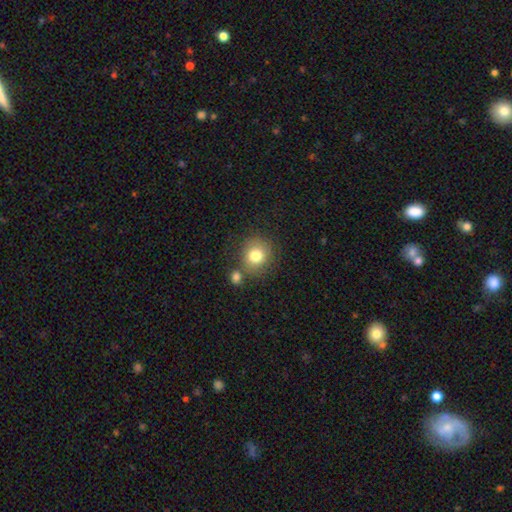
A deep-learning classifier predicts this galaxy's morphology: A smooth galaxy with no disk features (79%) that is round (81%).

Vote fractions:
- Smooth or featured? smooth: 79% / featured or disk: 11% / star or artifact: 11%
- How rounded? round: 81% / in between: 18% / cigar-shaped: 1%
- Merging? none: 69% / merger: 15% / minor disturbance: 12% / major disturbance: 4%